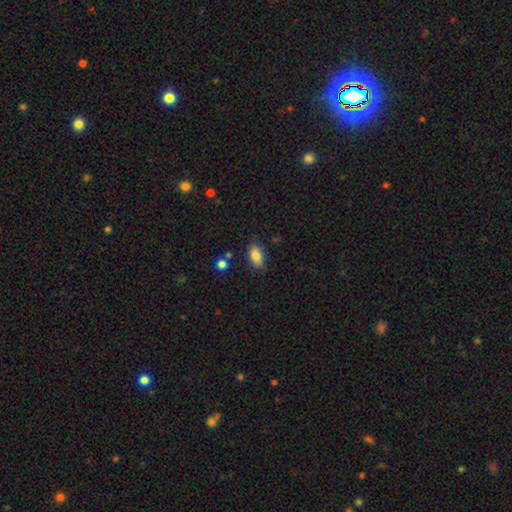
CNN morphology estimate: smooth-or-featured: smooth: 85% | star or artifact: 8% | featured or disk: 7%
  how-rounded: in between: 91% | round: 7% | cigar-shaped: 3%
  merging: none: 80% | minor disturbance: 14% | major disturbance: 3% | merger: 3%